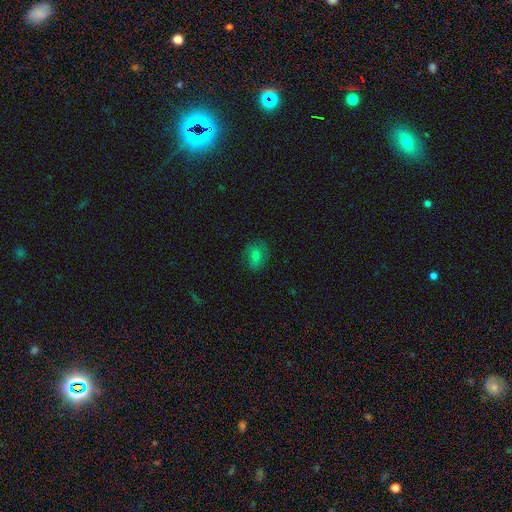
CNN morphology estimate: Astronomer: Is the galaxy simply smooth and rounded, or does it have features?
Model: smooth — 57%.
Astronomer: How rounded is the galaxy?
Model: round — 51% (runner-up: in between, 48%).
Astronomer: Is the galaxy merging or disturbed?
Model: none — 73%.